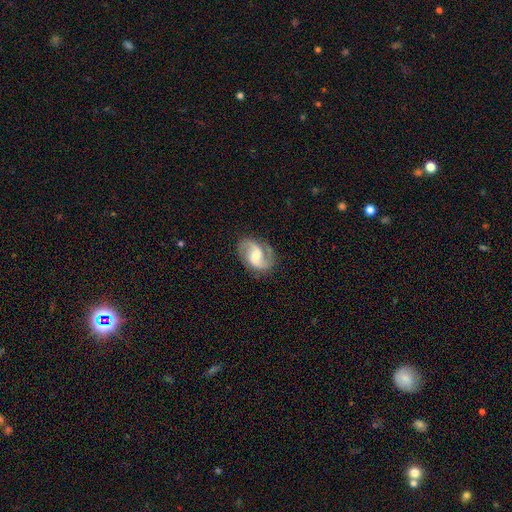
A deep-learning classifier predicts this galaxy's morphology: Overall: featured or disk (86%). Edge-on disk: no (98%). Bar: weak (50%; no 36%). Spiral arms: yes (97%). Spiral arm count: 2 (91%). Spiral winding: medium (52%; loose 34%). Bulge size: moderate (50%; small 33%). Merging: none (79%).